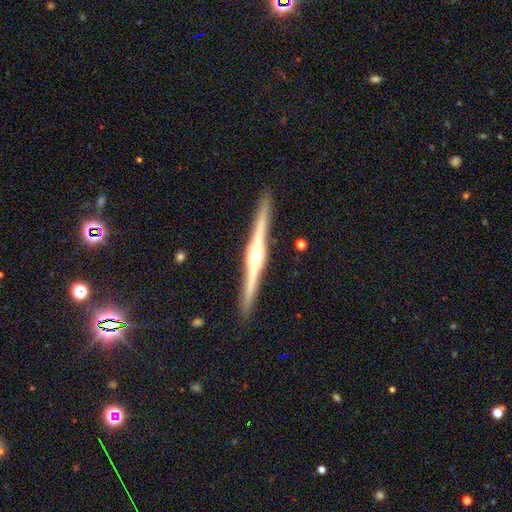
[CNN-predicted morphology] A featured or disk galaxy (87%) viewed edge-on (99%) with a rounded central bulge (85%).

Vote fractions:
- Smooth or featured? featured or disk: 87% / smooth: 8% / star or artifact: 5%
- Edge-on disk? yes: 99% / no: 1%
- Edge-on bulge? rounded: 85% / boxy: 11% / none: 5%
- Merging? none: 92% / minor disturbance: 6% / major disturbance: 1% / merger: 1%